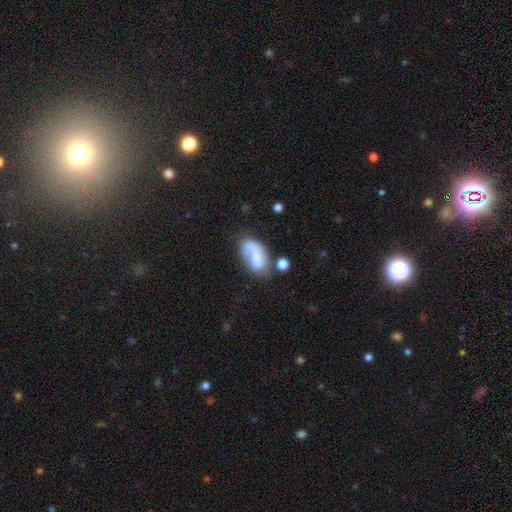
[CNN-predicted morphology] smooth-or-featured: smooth: 55% | featured or disk: 36% | star or artifact: 10%
  how-rounded: in between: 88% | round: 10% | cigar-shaped: 2%
  merging: none: 32% | major disturbance: 25% | merger: 21% | minor disturbance: 21%